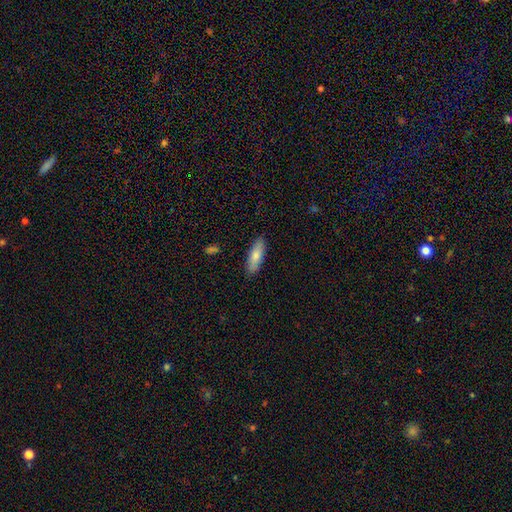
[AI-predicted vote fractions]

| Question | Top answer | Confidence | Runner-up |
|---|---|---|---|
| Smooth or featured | smooth | 79% | featured or disk (16%) |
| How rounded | in between | 55% | cigar-shaped (43%) |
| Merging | none | 87% | minor disturbance (9%) |